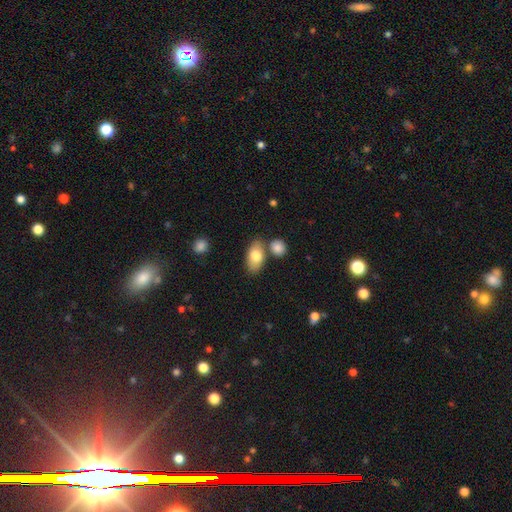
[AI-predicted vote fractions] Q: Smooth or featured?
A: smooth (78%); runner-up: featured or disk (16%)
Q: How rounded?
A: in between (91%); runner-up: round (6%)
Q: Merging?
A: none (67%); runner-up: merger (17%)